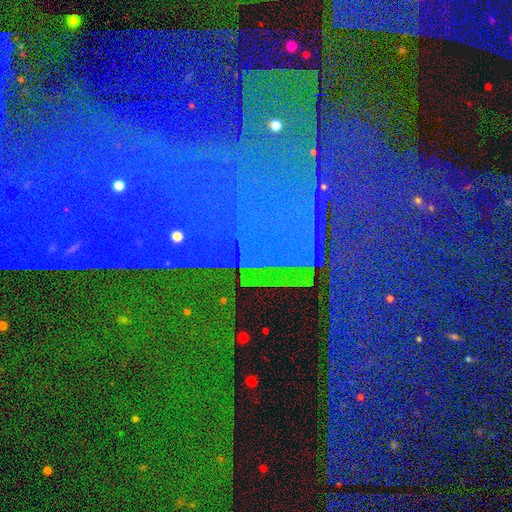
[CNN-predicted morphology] Smooth or featured? star or artifact (86%)